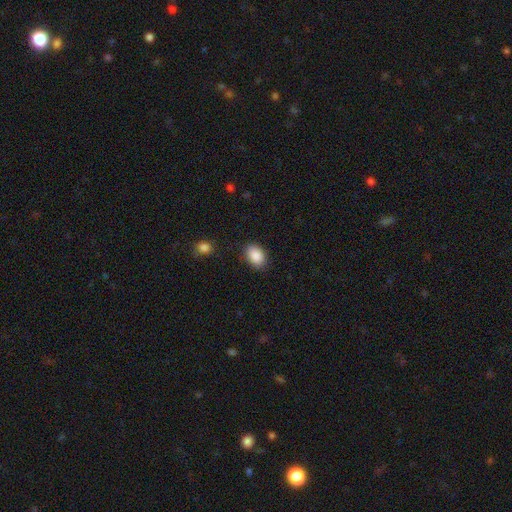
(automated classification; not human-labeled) Overall: smooth (89%). How rounded: in between (80%). Merging: none (84%).